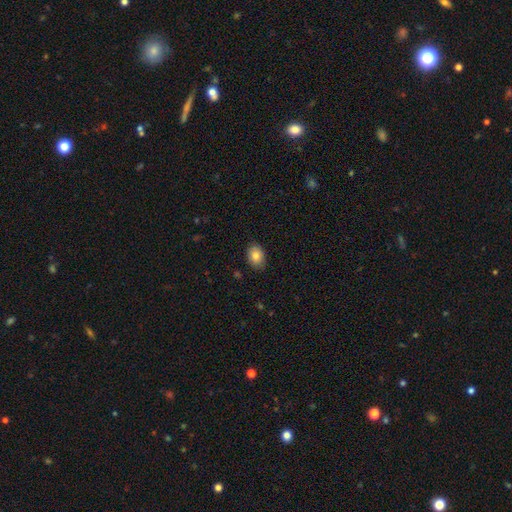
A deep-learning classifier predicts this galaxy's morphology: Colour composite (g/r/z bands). It shows a smooth galaxy with no disk features (84%) that is in between round and cigar-shaped (76%). Merging: none (87%).